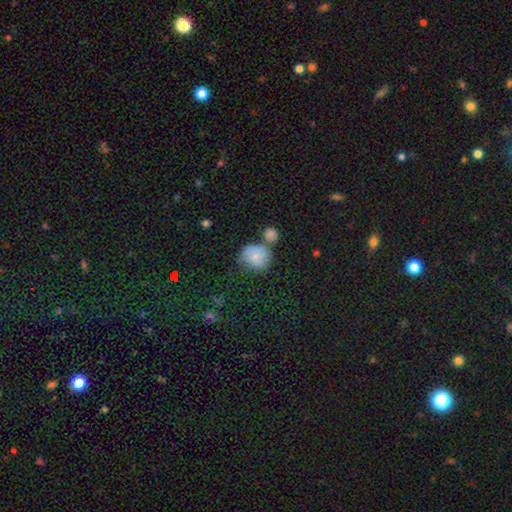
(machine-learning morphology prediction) This appears to be a smooth galaxy with no disk features (76%) that is round (75%). Merging: none (40%).